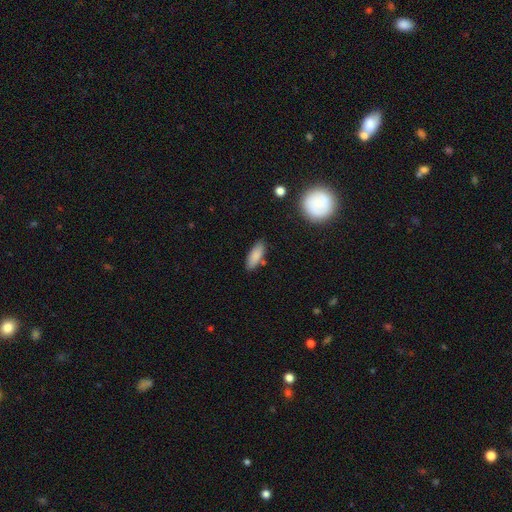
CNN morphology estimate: type=smooth (84%); roundness=in between (67%); merging=none (81%).